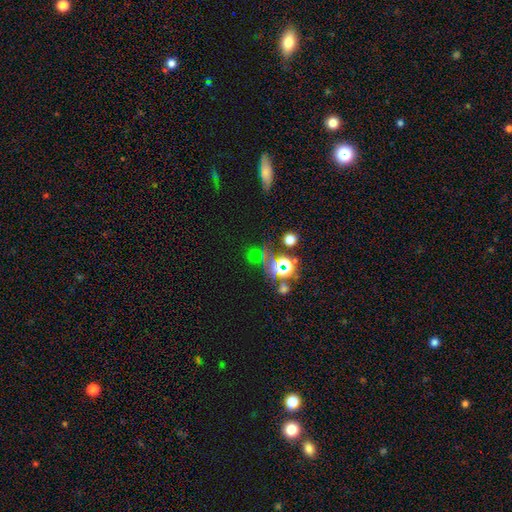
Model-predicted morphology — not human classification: Smooth or featured? Predicted: star or artifact (p=0.60).